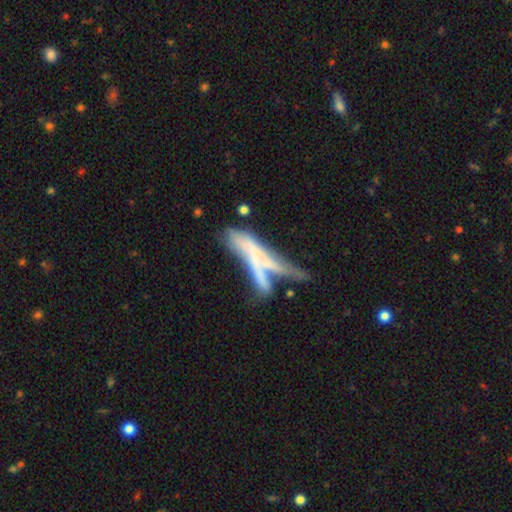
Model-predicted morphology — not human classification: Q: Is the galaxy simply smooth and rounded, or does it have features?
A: featured or disk — 53%.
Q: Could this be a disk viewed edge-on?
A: yes — 53%.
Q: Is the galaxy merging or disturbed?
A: merger — 50%.